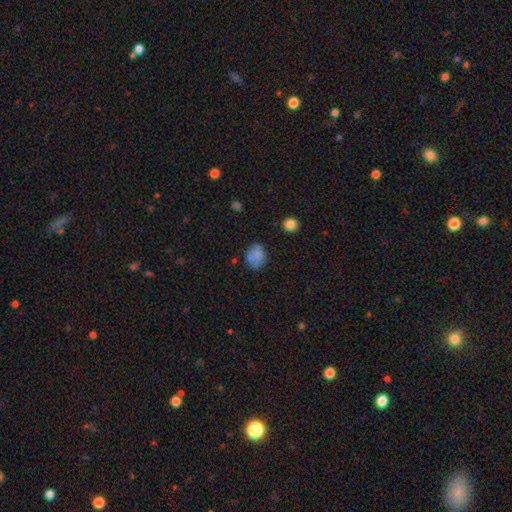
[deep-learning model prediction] smooth_or_featured: smooth (p=0.66) [alt: featured or disk p=0.23]
how_rounded: in between (p=0.53) [alt: round p=0.46]
merging: none (p=0.58) [alt: minor disturbance p=0.23]